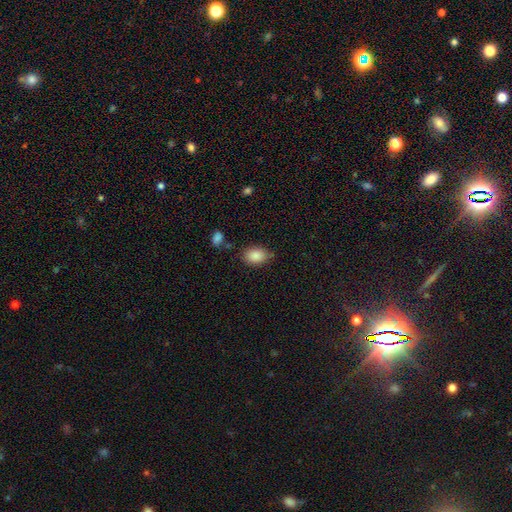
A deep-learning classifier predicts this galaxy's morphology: Smooth or featured? Predicted: smooth (p=0.87). How rounded? Predicted: in between (p=0.84). Merging? Predicted: none (p=0.74).